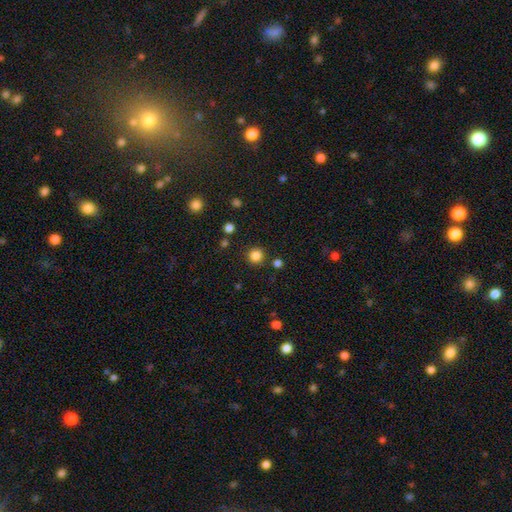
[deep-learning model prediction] smooth 84%, star or artifact 13%, featured or disk 4%. Down the decision tree: how rounded — round (94%); merging — none (89%).